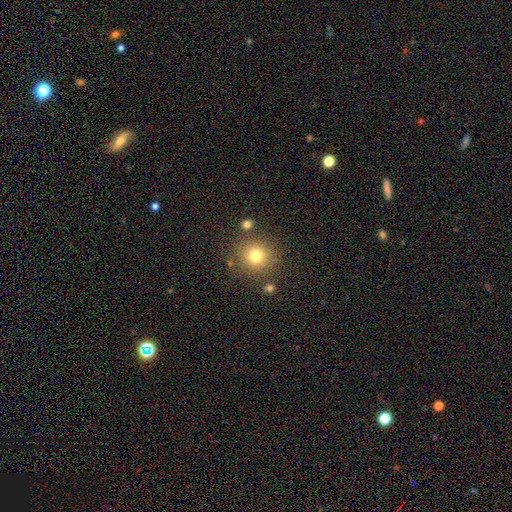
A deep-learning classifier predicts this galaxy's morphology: Smooth or featured? smooth (77%)
How rounded? round (93%)
Merging? none (84%)